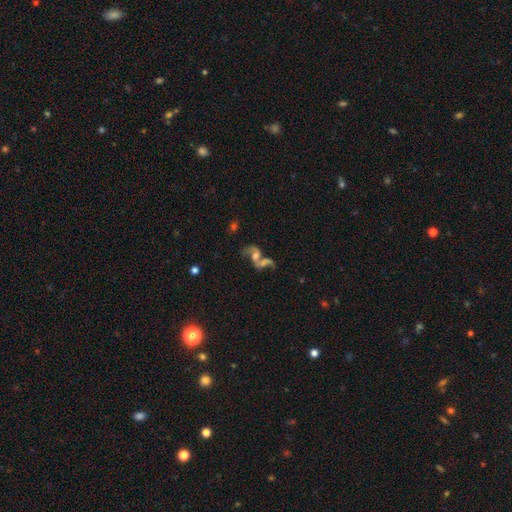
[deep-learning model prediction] Morphology: type=featured or disk (61%); edge-on=no (95%); bar=no (61%); spiral arms=yes (71%); bulge=moderate (39%); merging=merger (59%).